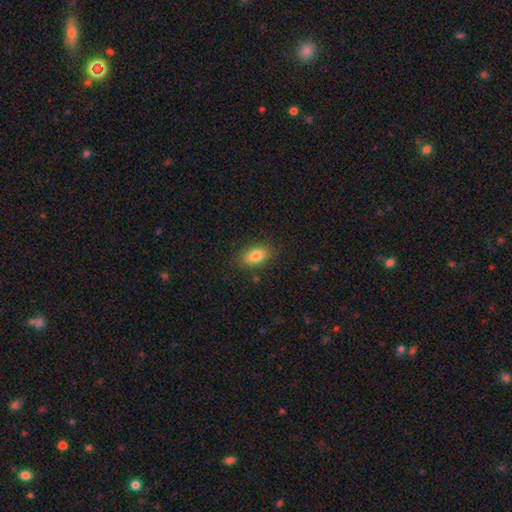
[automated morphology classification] smooth_or_featured: smooth (p=0.82) [alt: featured or disk p=0.09]
how_rounded: in between (p=0.88) [alt: round p=0.09]
merging: none (p=0.84) [alt: minor disturbance p=0.11]